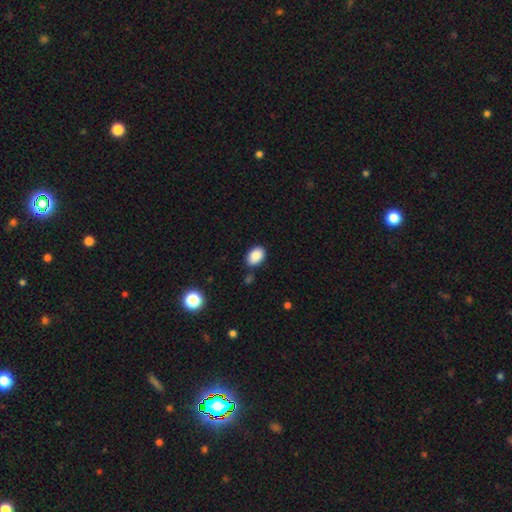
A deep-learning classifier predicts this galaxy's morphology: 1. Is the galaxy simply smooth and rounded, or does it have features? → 88% smooth, 8% star or artifact, 4% featured or disk.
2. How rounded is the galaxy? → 85% in between, 14% round, 1% cigar-shaped.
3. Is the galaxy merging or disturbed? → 80% none, 13% minor disturbance, 4% merger, 3% major disturbance.